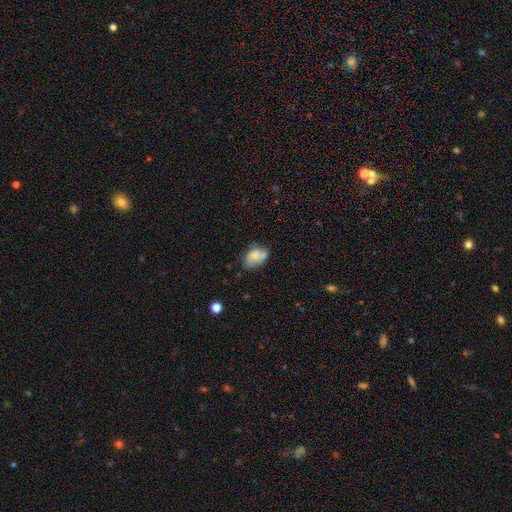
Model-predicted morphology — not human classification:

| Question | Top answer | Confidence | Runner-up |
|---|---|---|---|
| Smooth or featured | smooth | 66% | featured or disk (25%) |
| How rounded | in between | 84% | round (15%) |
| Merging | none | 43% | minor disturbance (31%) |